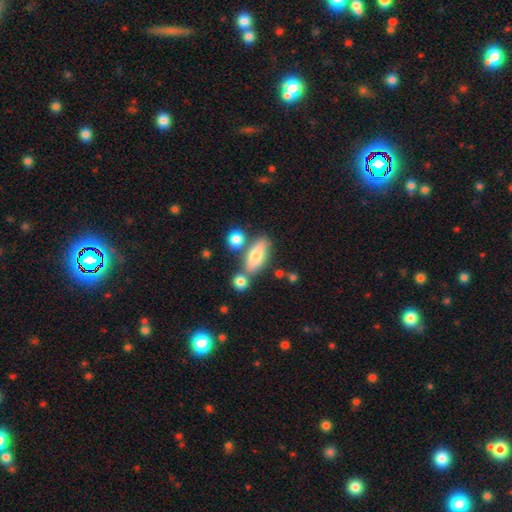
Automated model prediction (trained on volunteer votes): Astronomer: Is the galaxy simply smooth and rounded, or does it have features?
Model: smooth — 68%.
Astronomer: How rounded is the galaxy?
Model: in between — 66%.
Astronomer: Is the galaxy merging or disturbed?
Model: none — 62%.